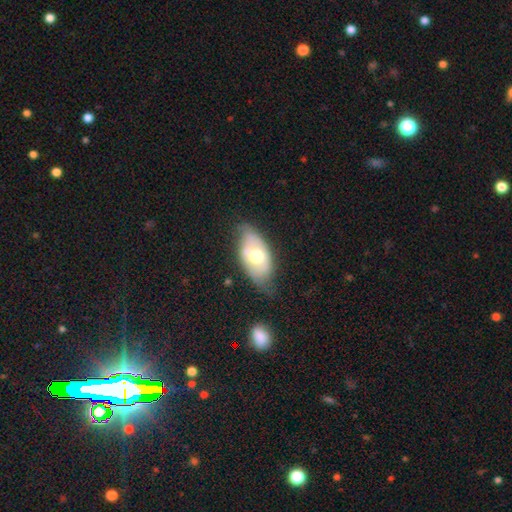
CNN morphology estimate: A featured or disk galaxy (47%). Merging: none (57%).